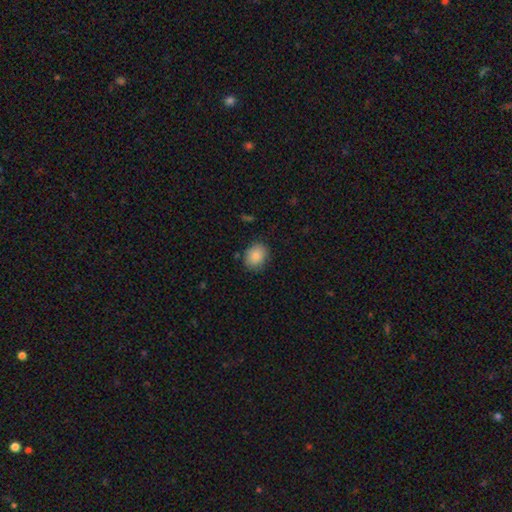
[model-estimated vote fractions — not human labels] Smooth or featured: smooth — 87% (star or artifact — 8%)
How rounded: round — 53% (in between — 47%)
Merging: none — 82% (minor disturbance — 13%)